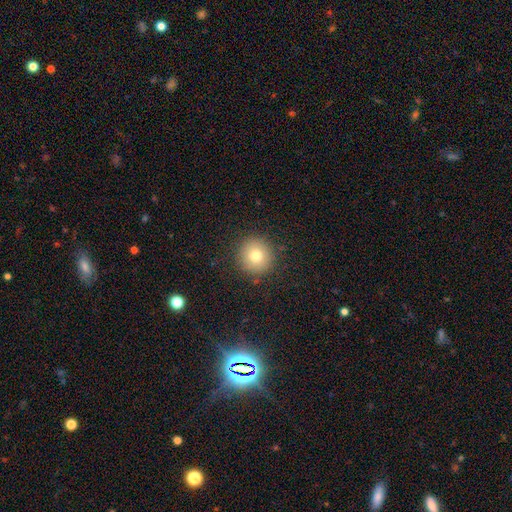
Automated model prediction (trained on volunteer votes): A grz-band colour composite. It shows a smooth galaxy with no disk features (76%) that is round (95%). Merging: none (90%).